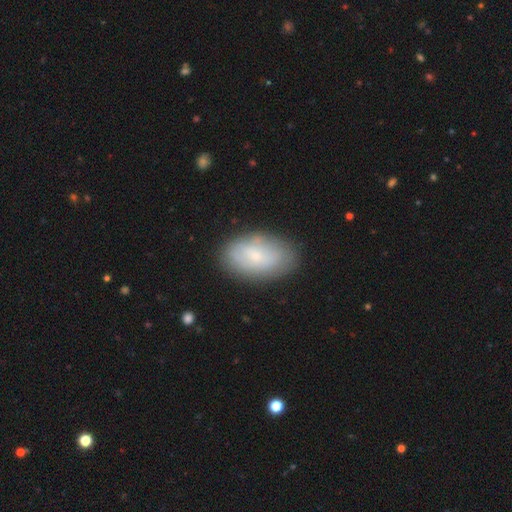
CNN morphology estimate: This is likely a smooth galaxy (69%). How rounded: clearly in between (93%). Merging: likely none (79%).